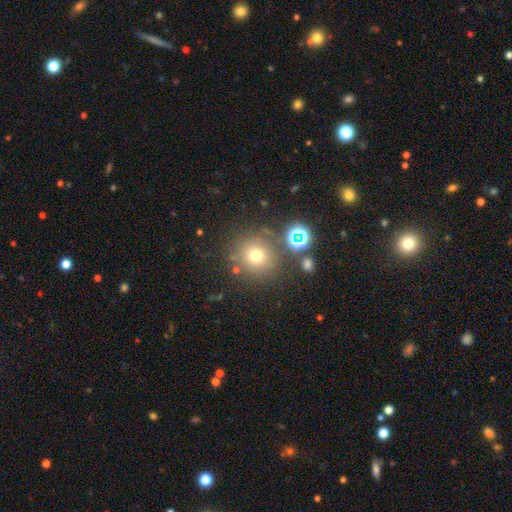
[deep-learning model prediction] This is likely a smooth galaxy (70%). How rounded: clearly round (92%). Merging: likely none (79%).